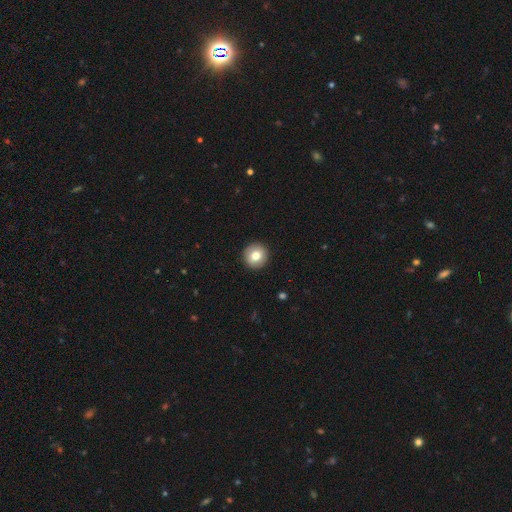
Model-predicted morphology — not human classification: A smooth galaxy with no disk features (80%) that is round (95%).

Vote fractions:
- Smooth or featured? smooth: 80% / featured or disk: 12% / star or artifact: 8%
- How rounded? round: 95% / in between: 4% / cigar-shaped: 1%
- Merging? none: 93% / minor disturbance: 4% / major disturbance: 1% / merger: 1%